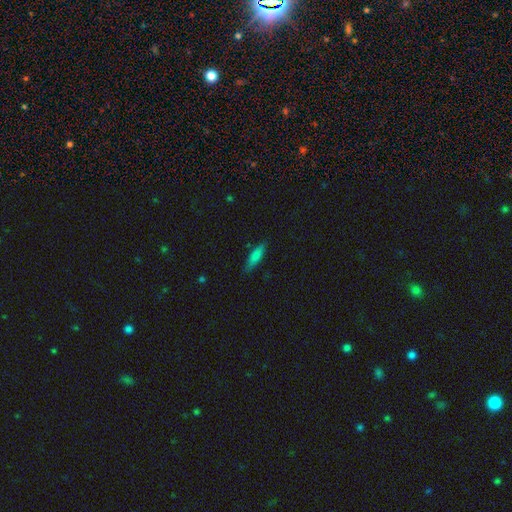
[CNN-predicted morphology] smooth 73%, featured or disk 19%, star or artifact 8%. Down the decision tree: how rounded — cigar-shaped (70%); merging — none (84%).